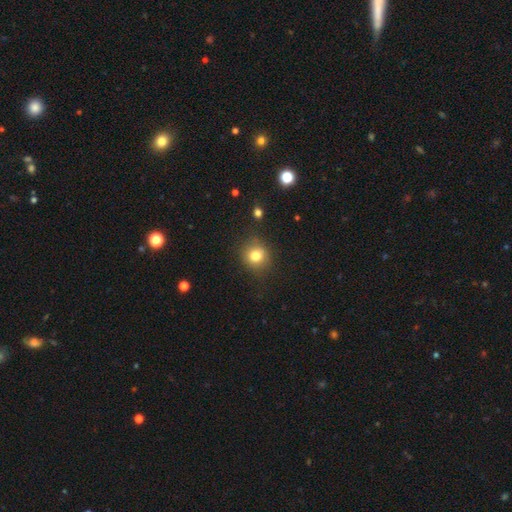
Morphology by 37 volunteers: Smooth or featured? smooth (84%)
How rounded? round (84%)
Merging? none (86%)